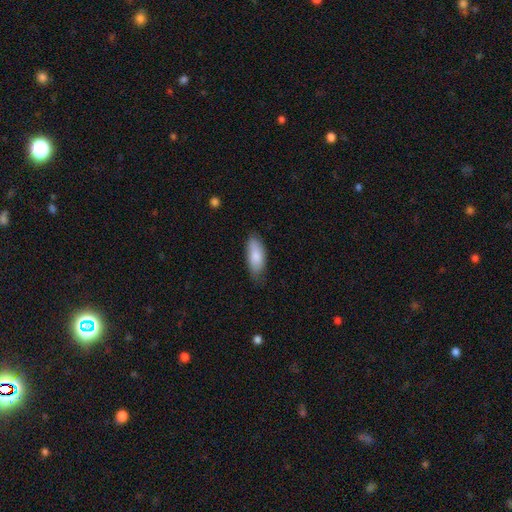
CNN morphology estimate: Smooth or featured? smooth (84%)
How rounded? in between (80%)
Merging? none (71%)